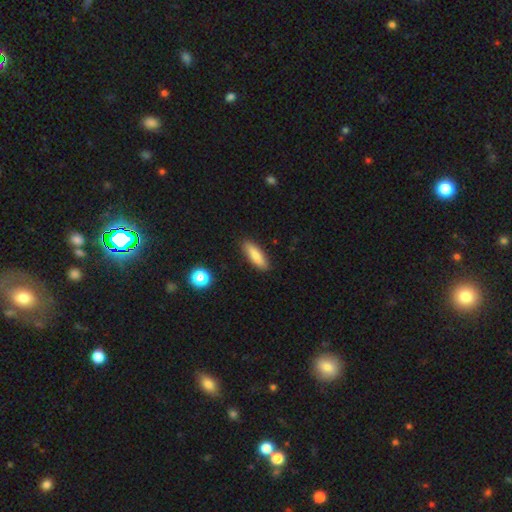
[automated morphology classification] This is clearly a smooth galaxy (81%). How rounded: possibly cigar-shaped (54%). Merging: clearly none (88%).